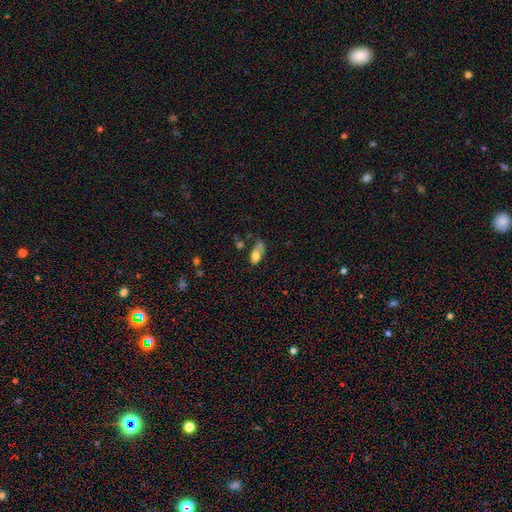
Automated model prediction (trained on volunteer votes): Q: Smooth or featured?
A: smooth (71%); runner-up: featured or disk (19%)
Q: How rounded?
A: in between (85%); runner-up: round (8%)
Q: Merging?
A: none (29%); runner-up: merger (25%)